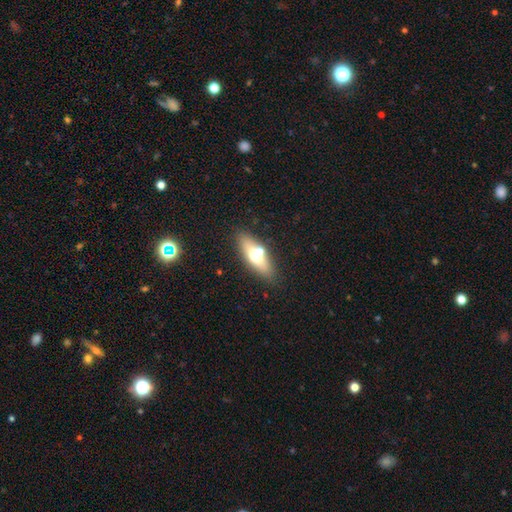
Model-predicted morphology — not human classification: This is possibly a smooth galaxy (56%). How rounded: likely in between (61%). Merging: likely none (74%).